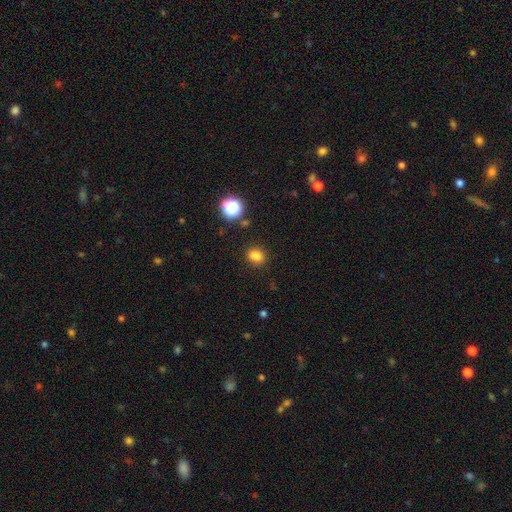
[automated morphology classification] The model was most divided on "how rounded": round: 51%, in between: 48%, cigar-shaped: 1%. More confident: merging — none (81%); smooth or featured — smooth (79%).